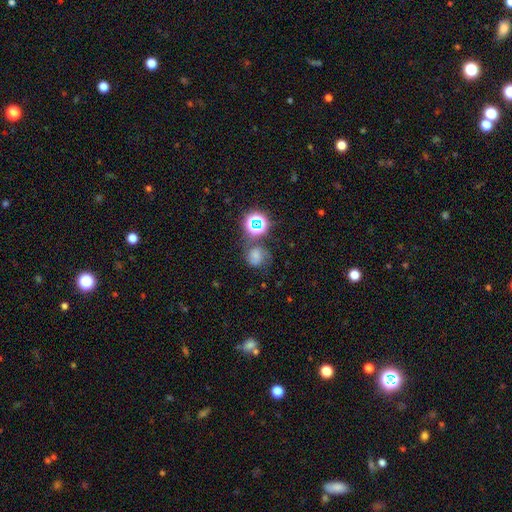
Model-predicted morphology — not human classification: Overall: smooth (53%; star or artifact 25%). How rounded: round (77%). Merging: none (52%; minor disturbance 23%).